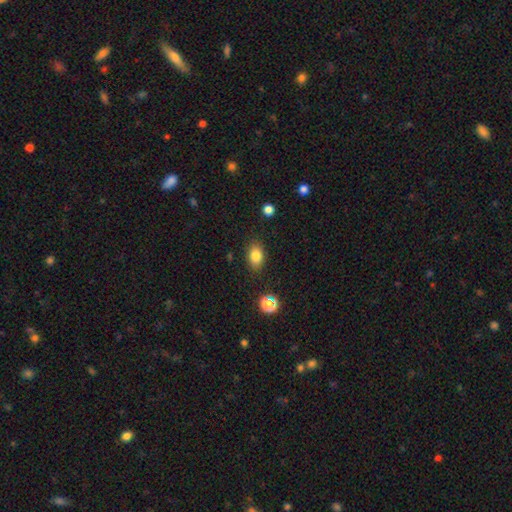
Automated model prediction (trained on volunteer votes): smooth_or_featured: smooth (p=0.82) [alt: star or artifact p=0.11]
how_rounded: in between (p=0.80) [alt: round p=0.18]
merging: none (p=0.85) [alt: minor disturbance p=0.10]